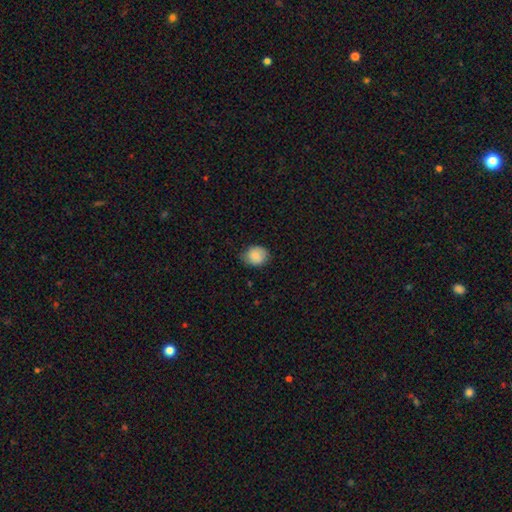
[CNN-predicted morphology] type=smooth (83%); roundness=round (61%); merging=none (75%).